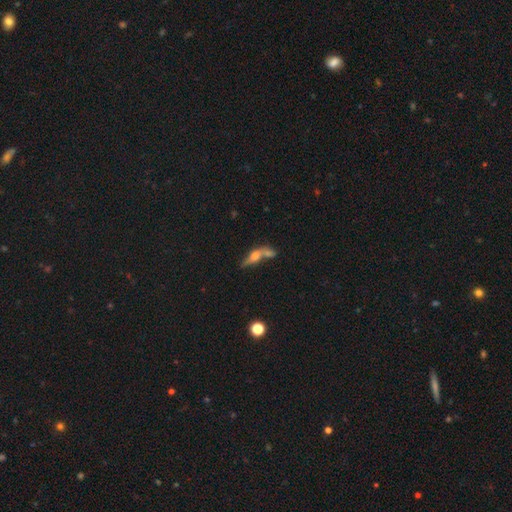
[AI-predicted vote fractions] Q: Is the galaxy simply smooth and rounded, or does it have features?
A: featured or disk — 47%.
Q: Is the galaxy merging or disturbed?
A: merger — 45%.